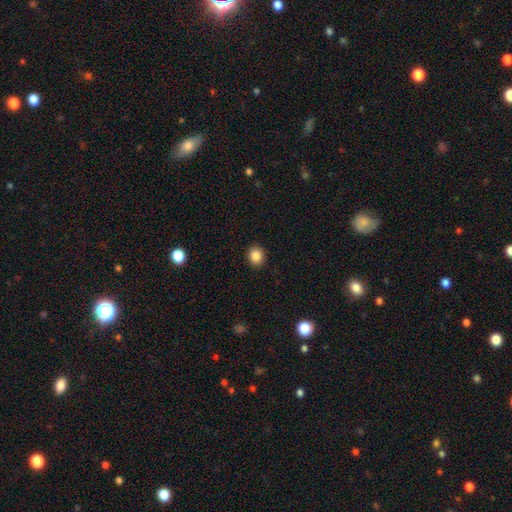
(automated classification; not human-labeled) This appears to be a smooth galaxy with no disk features (86%) that is round (78%). Merging: none (92%).